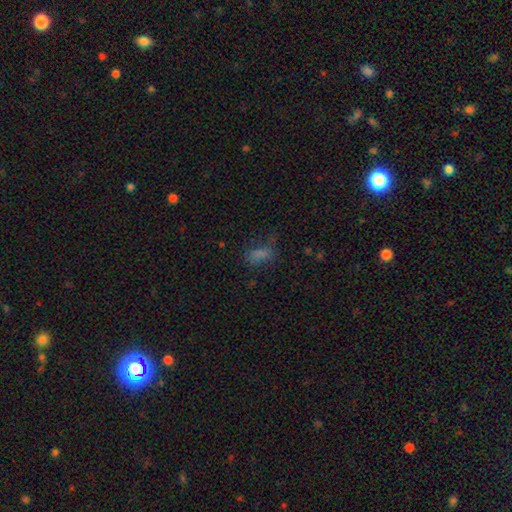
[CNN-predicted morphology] Smooth or featured? Predicted: smooth (p=0.62). How rounded? Predicted: in between (p=0.72). Merging? Predicted: none (p=0.56).